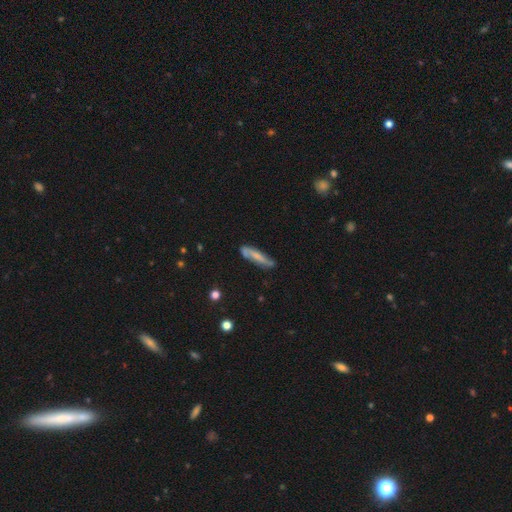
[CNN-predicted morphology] Smooth or featured?
  - smooth: 48% *
  - featured or disk: 45%
  - star or artifact: 7%
Merging?
  - none: 73% *
  - minor disturbance: 19%
  - major disturbance: 4%
  - merger: 3%